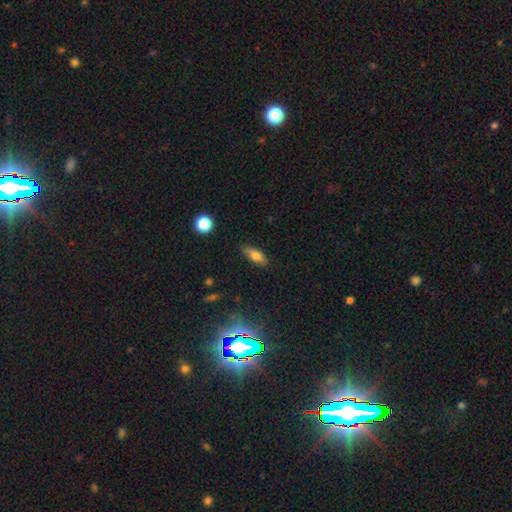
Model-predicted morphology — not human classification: Smooth or featured: smooth — 76% (featured or disk — 15%)
How rounded: in between — 71% (cigar-shaped — 25%)
Merging: none — 82% (minor disturbance — 14%)